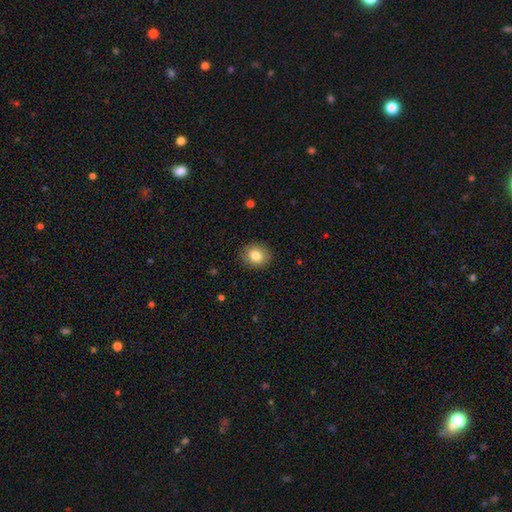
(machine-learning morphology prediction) A smooth galaxy with no disk features (82%) that is round (75%). Merging: none (90%).